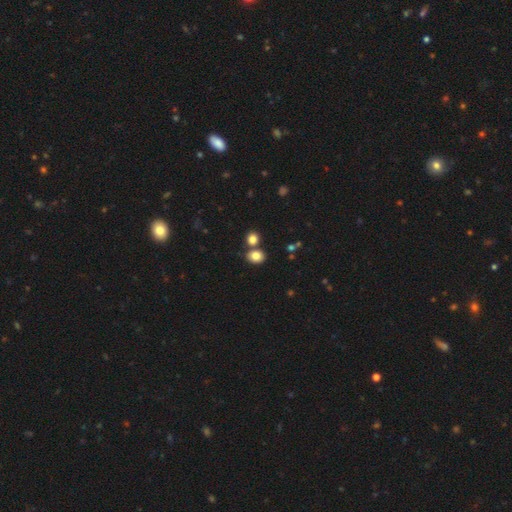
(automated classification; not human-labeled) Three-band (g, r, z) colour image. It shows a smooth galaxy with no disk features (82%) that is round (52%). Merging: none (64%).